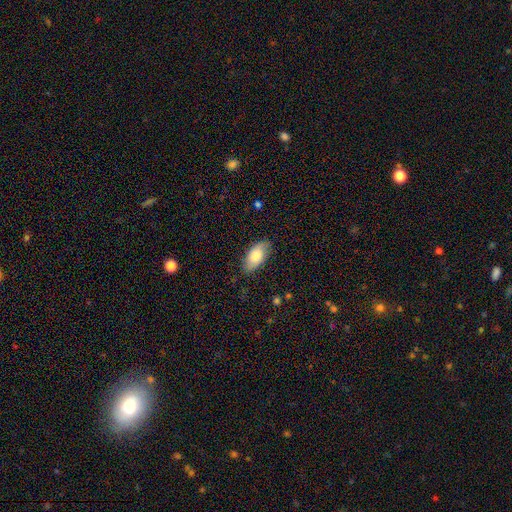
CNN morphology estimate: The model was most divided on "smooth or featured": smooth: 76%, featured or disk: 18%, star or artifact: 6%. More confident: how rounded — in between (92%); merging — none (81%).